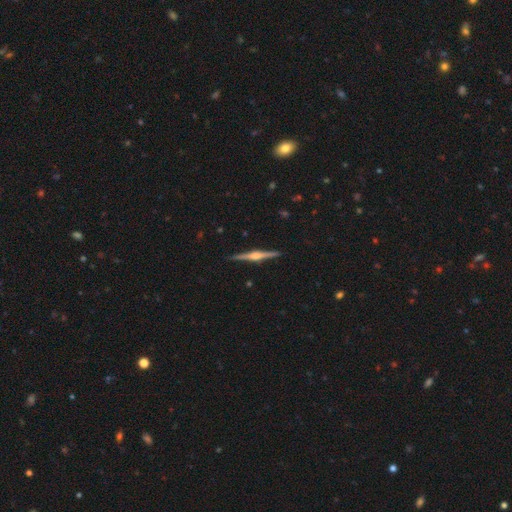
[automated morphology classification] This is clearly a featured or disk galaxy (83%). It is clearly viewed edge-on (99%). Edge-on bulge: clearly rounded (86%). Merging: clearly none (92%).